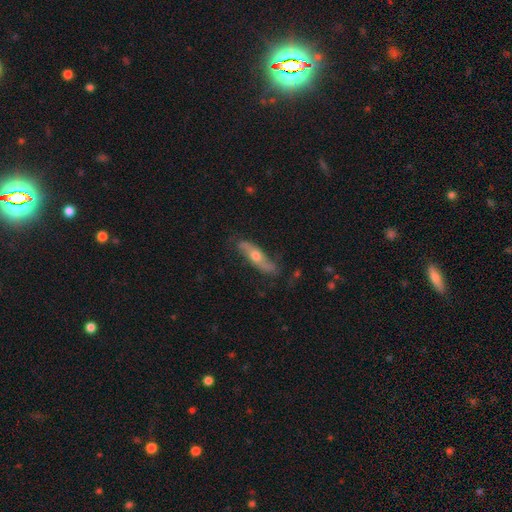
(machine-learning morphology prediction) The model was most divided on "edge-on disk": no: 51%, yes: 49%. More confident: merging — none (75%); smooth or featured — featured or disk (61%).